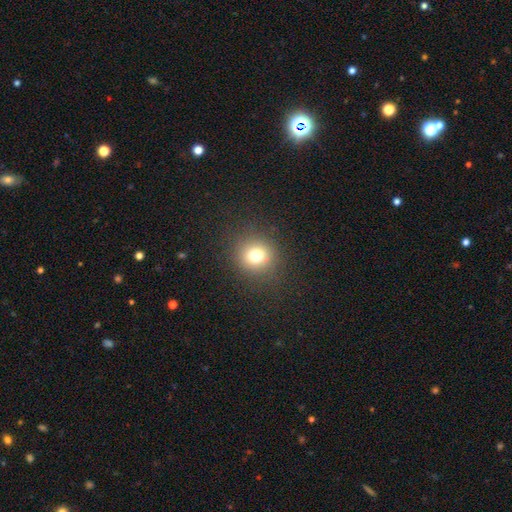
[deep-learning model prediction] smooth_or_featured: smooth (p=0.75) [alt: star or artifact p=0.16]
how_rounded: round (p=0.88) [alt: in between p=0.11]
merging: none (p=0.88) [alt: minor disturbance p=0.07]